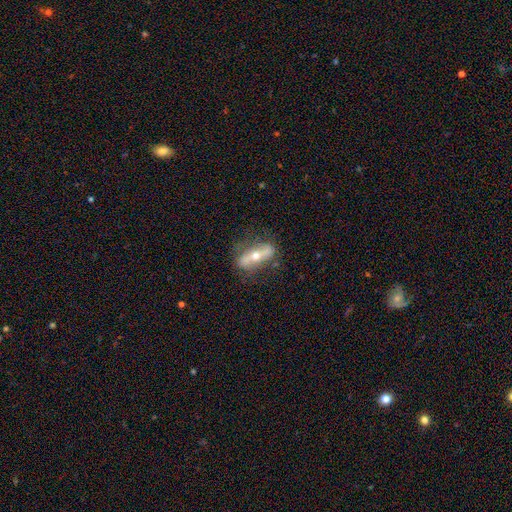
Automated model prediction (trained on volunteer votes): Morphology: type=featured or disk (62%); edge-on=no (56%); merging=none (73%).